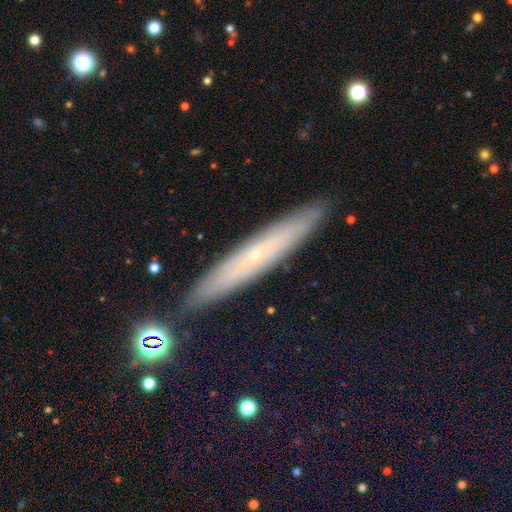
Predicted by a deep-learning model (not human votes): featured or disk 55%, smooth 34%, star or artifact 11%. Down the decision tree: edge-on disk — yes (78%); merging — none (89%).